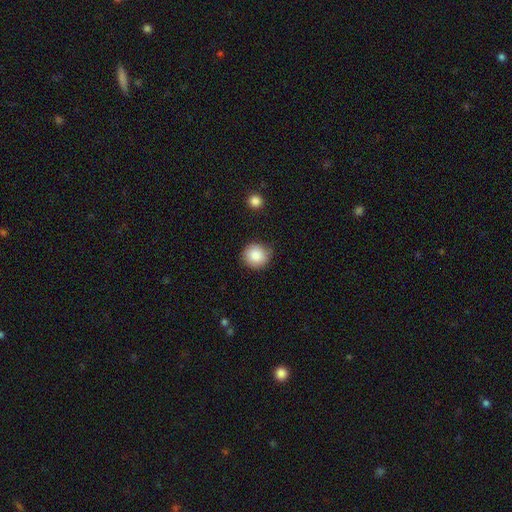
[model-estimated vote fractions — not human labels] Smooth or featured: smooth — 85% (star or artifact — 8%)
How rounded: round — 91% (in between — 8%)
Merging: none — 79% (minor disturbance — 16%)